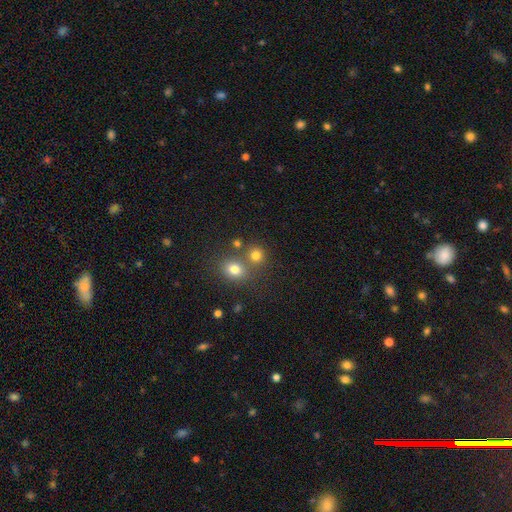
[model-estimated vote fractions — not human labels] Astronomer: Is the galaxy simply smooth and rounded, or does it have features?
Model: smooth — 76%.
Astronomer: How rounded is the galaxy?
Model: round — 83%.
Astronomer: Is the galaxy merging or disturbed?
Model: none — 62%.